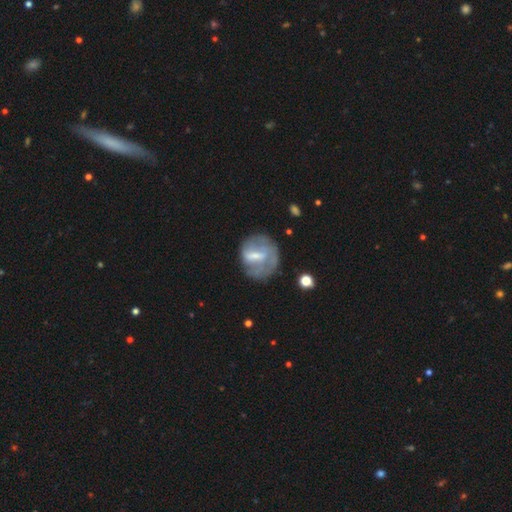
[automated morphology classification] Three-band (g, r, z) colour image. It shows a featured or disk galaxy (57%) with a weak bar (48%), spiral arms (50%, tied with no) and a small central bulge (43%). Merging: none (56%).